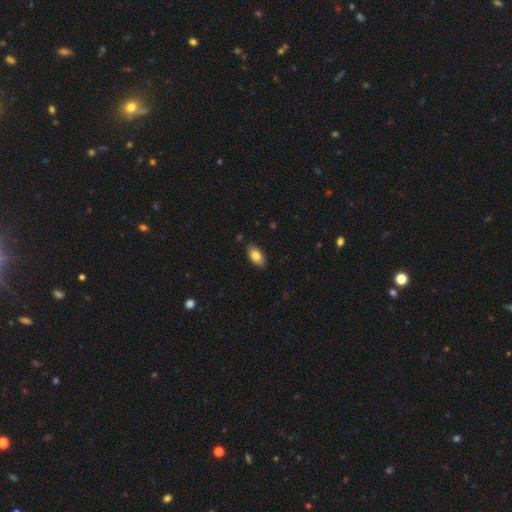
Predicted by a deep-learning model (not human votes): A smooth galaxy with no disk features (83%) that is in between round and cigar-shaped (93%). Merging: none (84%).